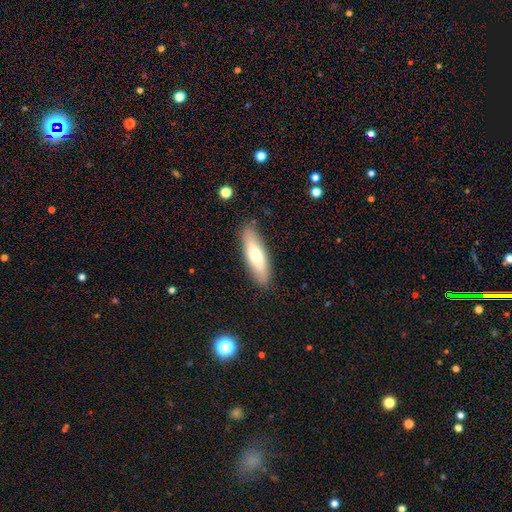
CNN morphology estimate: type=smooth (65%); roundness=cigar-shaped (55%); merging=none (87%).